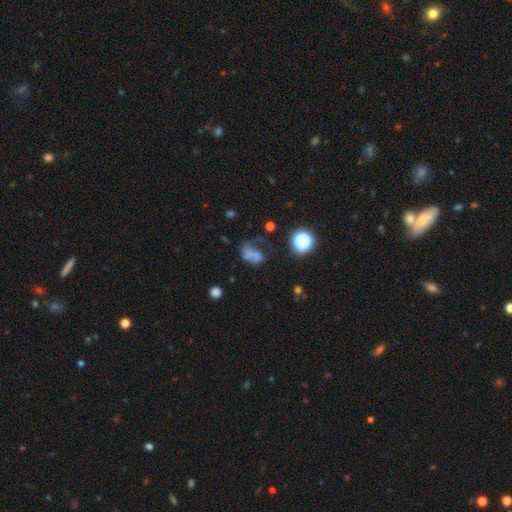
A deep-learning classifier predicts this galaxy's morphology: Smooth or featured? Predicted: smooth (p=0.42). Merging? Predicted: major disturbance (p=0.39).